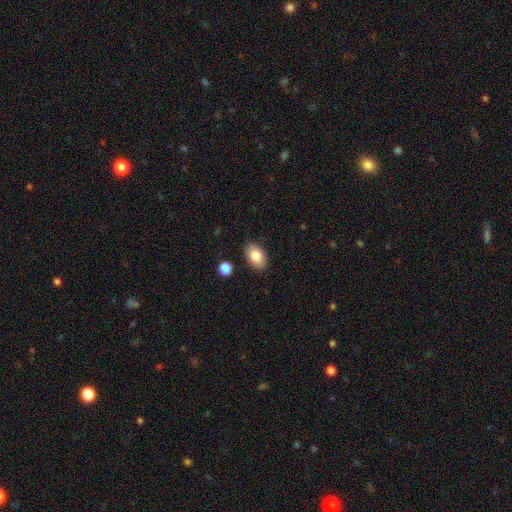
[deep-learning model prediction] Smooth or featured? smooth (82%)
How rounded? in between (89%)
Merging? none (86%)